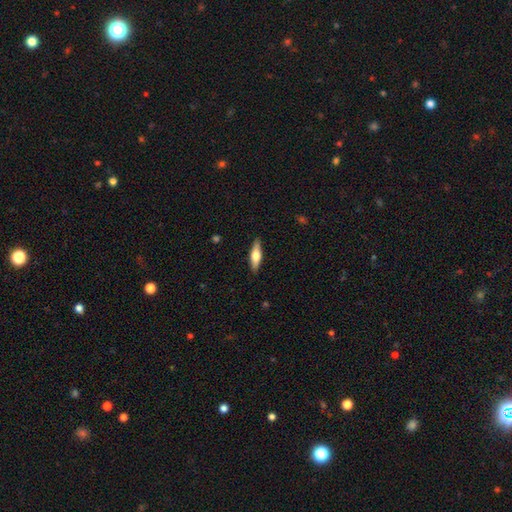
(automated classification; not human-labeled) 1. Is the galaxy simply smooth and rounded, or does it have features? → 50% smooth, 44% featured or disk, 6% star or artifact.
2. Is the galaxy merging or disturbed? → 89% none, 8% minor disturbance, 2% major disturbance, 1% merger.